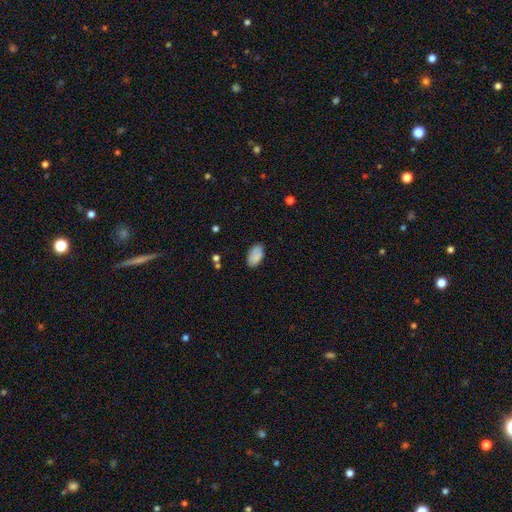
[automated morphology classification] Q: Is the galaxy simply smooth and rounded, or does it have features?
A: smooth — 83%.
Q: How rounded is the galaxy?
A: in between — 94%.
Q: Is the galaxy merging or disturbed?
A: none — 77%.